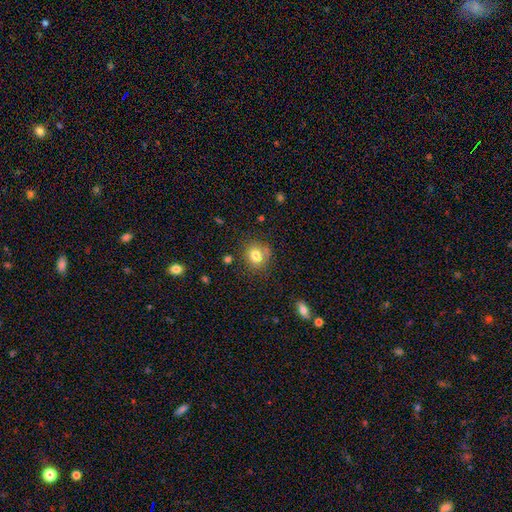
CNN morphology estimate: smooth 79%, star or artifact 12%, featured or disk 10%. Down the decision tree: how rounded — round (80%); merging — none (73%).